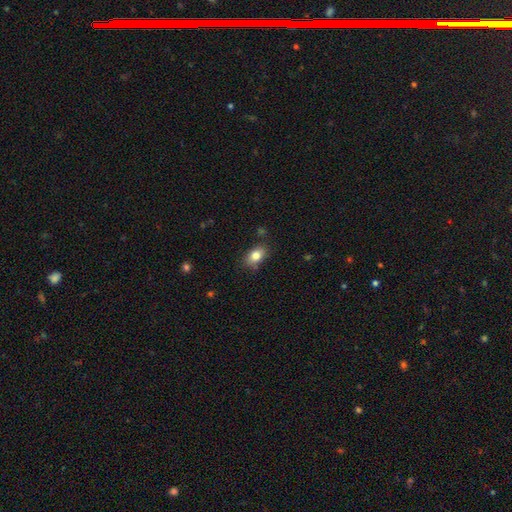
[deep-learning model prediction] Overall: smooth (82%). How rounded: in between (82%). Merging: none (78%).